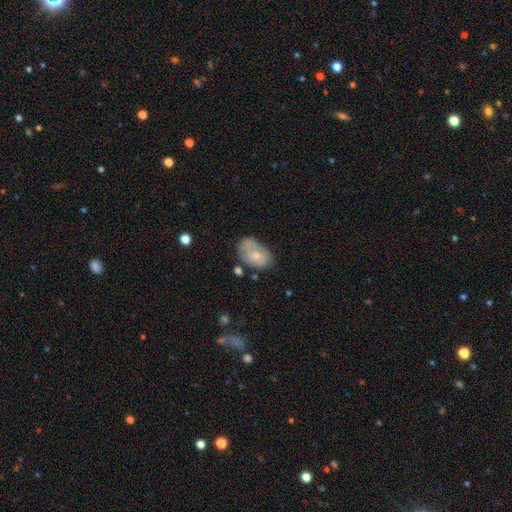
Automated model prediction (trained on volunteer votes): The model was most divided on "merging": none: 53%, minor disturbance: 30%, major disturbance: 11%, merger: 6%. More confident: how rounded — in between (87%); smooth or featured — smooth (60%).